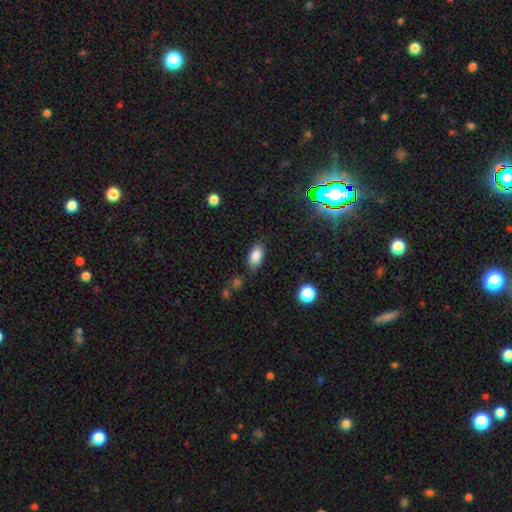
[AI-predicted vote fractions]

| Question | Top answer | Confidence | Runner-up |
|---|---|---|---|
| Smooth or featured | smooth | 84% | star or artifact (10%) |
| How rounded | in between | 90% | round (6%) |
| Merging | none | 82% | minor disturbance (12%) |